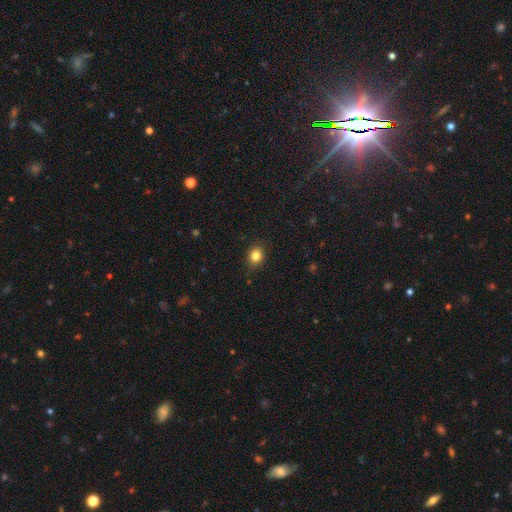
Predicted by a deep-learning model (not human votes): The model was most divided on "how rounded": round: 64%, in between: 35%, cigar-shaped: 1%. More confident: merging — none (87%); smooth or featured — smooth (84%).